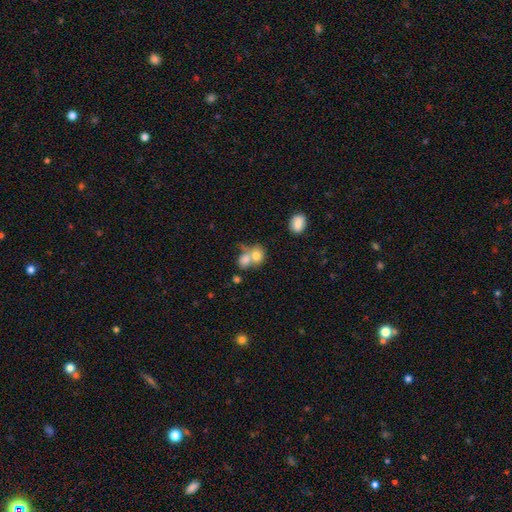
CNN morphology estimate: The model was most divided on "how rounded": round: 60%, in between: 39%, cigar-shaped: 1%. More confident: smooth or featured — smooth (76%); merging — merger (60%).